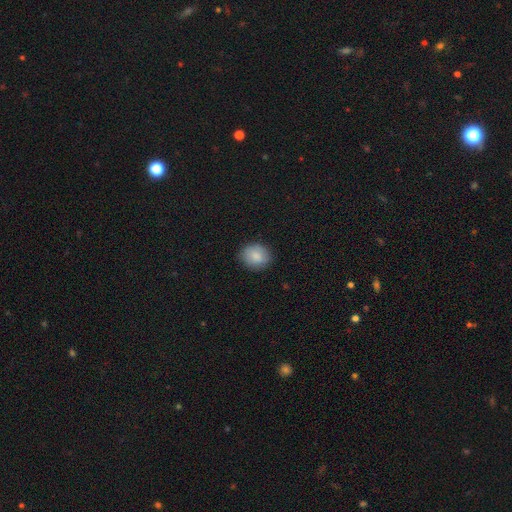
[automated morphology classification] The model was most divided on "how rounded": round: 62%, in between: 37%, cigar-shaped: 1%. More confident: smooth or featured — smooth (86%); merging — none (85%).